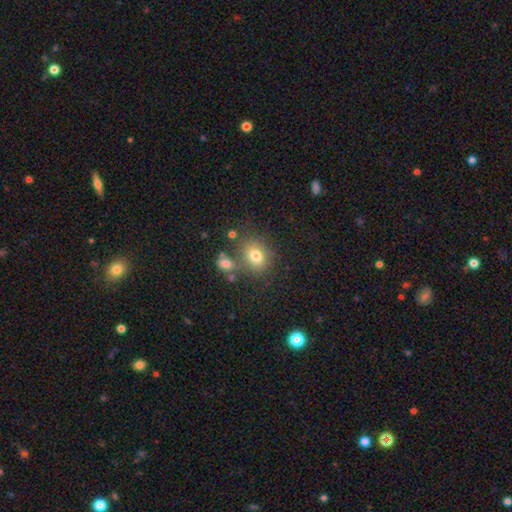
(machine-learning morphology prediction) type=smooth (76%); roundness=round (53%); merging=none (65%).